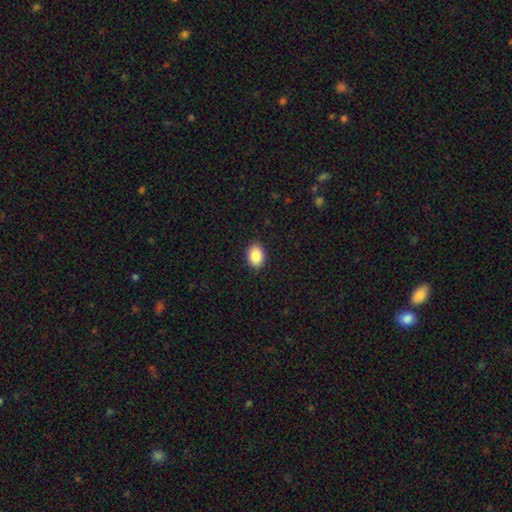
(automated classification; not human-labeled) smooth-or-featured: smooth: 87% | star or artifact: 8% | featured or disk: 5%
  how-rounded: in between: 76% | round: 23% | cigar-shaped: 1%
  merging: none: 90% | minor disturbance: 8% | major disturbance: 2% | merger: 1%